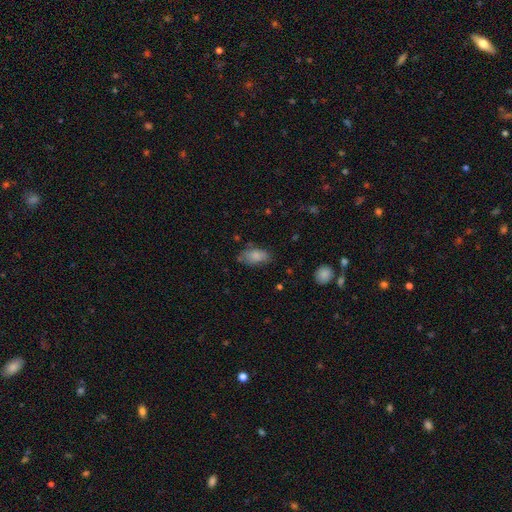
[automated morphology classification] The model was most divided on "merging": none: 67%, minor disturbance: 24%, major disturbance: 6%, merger: 3%. More confident: how rounded — in between (91%); smooth or featured — smooth (83%).